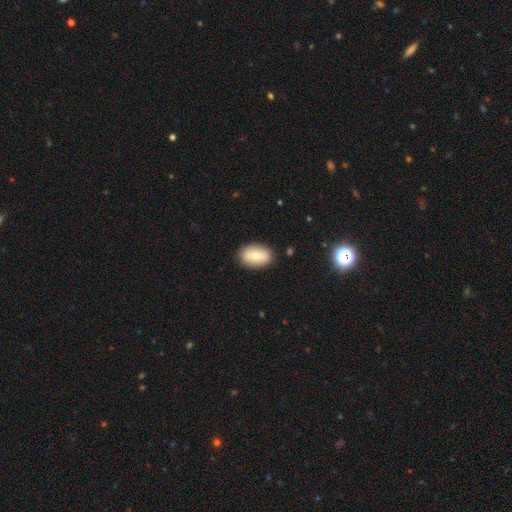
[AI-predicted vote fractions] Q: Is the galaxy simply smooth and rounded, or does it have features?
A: smooth — 63%.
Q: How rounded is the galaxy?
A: in between — 86%.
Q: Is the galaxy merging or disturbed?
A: none — 86%.